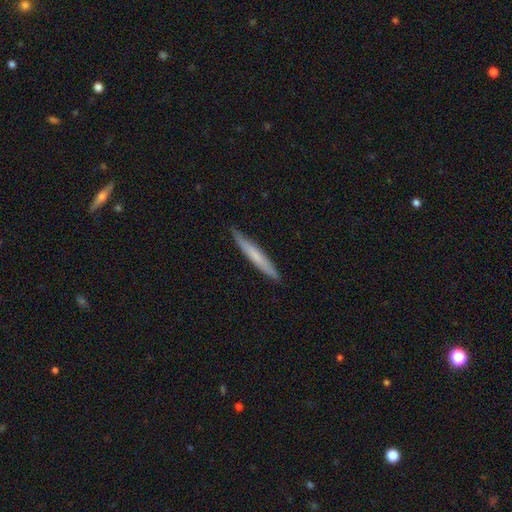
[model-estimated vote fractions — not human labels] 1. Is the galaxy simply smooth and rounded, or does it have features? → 59% smooth, 35% featured or disk, 5% star or artifact.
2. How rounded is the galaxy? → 96% cigar-shaped, 3% in between, 1% round.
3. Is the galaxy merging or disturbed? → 89% none, 9% minor disturbance, 1% major disturbance, 1% merger.